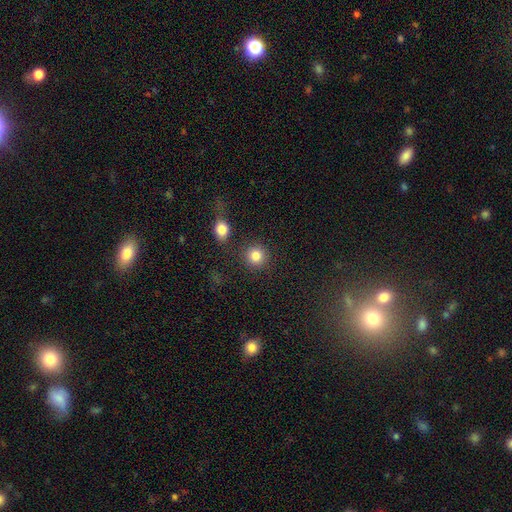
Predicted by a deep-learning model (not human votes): Smooth or featured?
  - smooth: 85% *
  - star or artifact: 10%
  - featured or disk: 6%
How rounded?
  - round: 92% *
  - in between: 7%
  - cigar-shaped: 1%
Merging?
  - none: 83% *
  - minor disturbance: 7%
  - merger: 6%
  - major disturbance: 3%